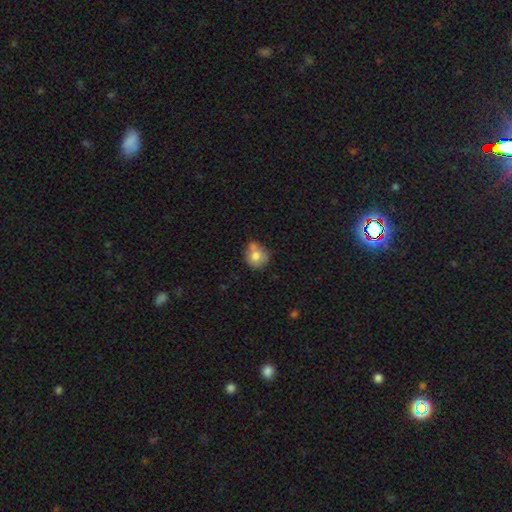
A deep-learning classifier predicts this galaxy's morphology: This is likely a smooth galaxy (73%). How rounded: likely round (78%). Merging: possibly none (48%).